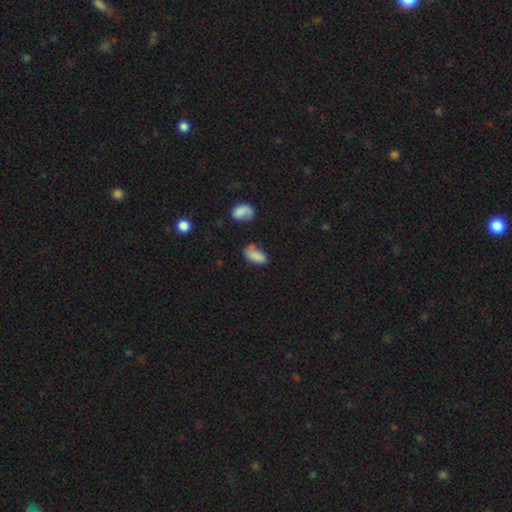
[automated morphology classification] The model was most divided on "merging": none: 51%, minor disturbance: 27%, major disturbance: 12%, merger: 10%. More confident: how rounded — in between (90%); smooth or featured — smooth (82%).